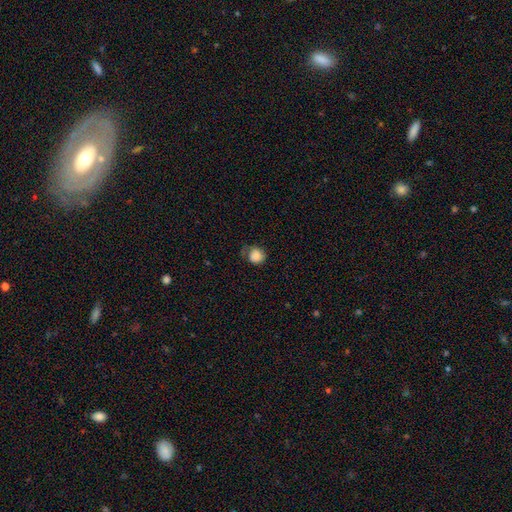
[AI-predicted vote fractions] Smooth or featured? smooth (82%)
How rounded? round (79%)
Merging? none (46%)